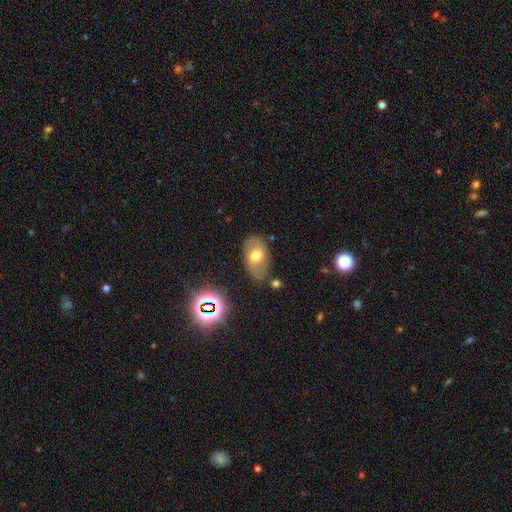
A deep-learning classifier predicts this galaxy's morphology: smooth_or_featured: smooth (p=0.58) [alt: featured or disk p=0.31]
how_rounded: in between (p=0.91) [alt: round p=0.08]
merging: none (p=0.67) [alt: minor disturbance p=0.22]